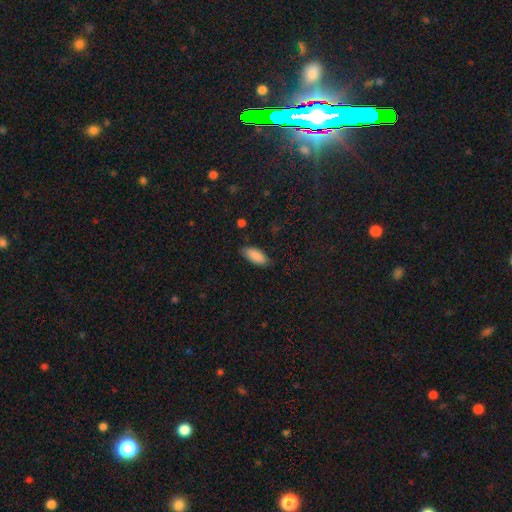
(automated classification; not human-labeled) Overall: smooth (89%). How rounded: in between (86%). Merging: none (83%).